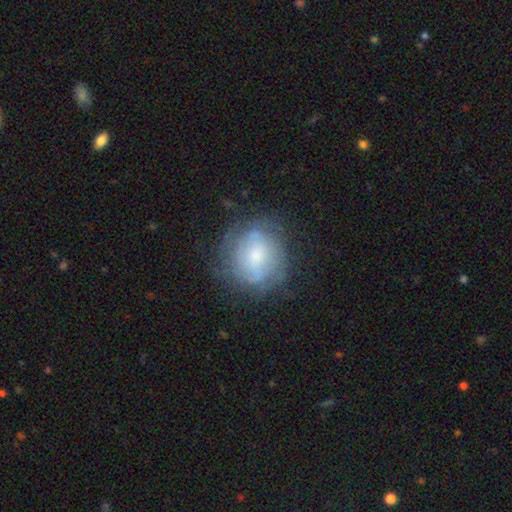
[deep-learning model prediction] The model was most divided on "smooth or featured": smooth: 47%, featured or disk: 44%, star or artifact: 9%. More confident: merging — none (66%).